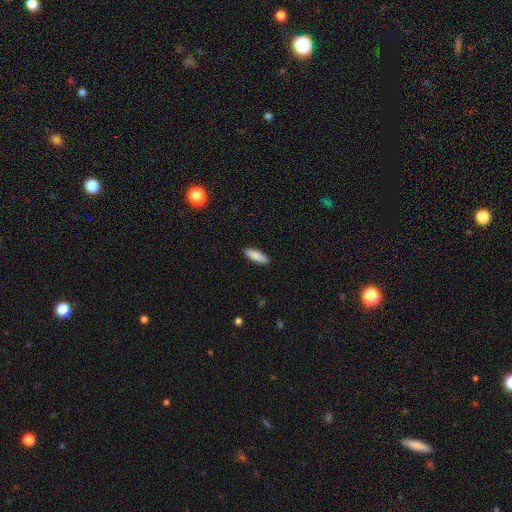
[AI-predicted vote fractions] Smooth or featured? smooth (87%)
How rounded? in between (54%)
Merging? none (88%)